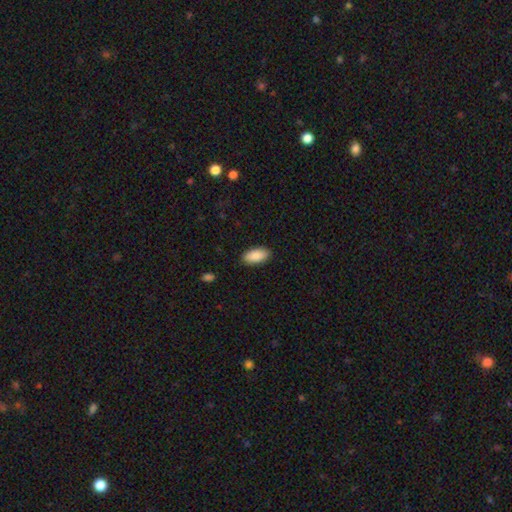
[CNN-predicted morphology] A smooth galaxy with no disk features (89%) that is in between round and cigar-shaped (91%).

Vote fractions:
- Smooth or featured? smooth: 89% / star or artifact: 6% / featured or disk: 5%
- How rounded? in between: 91% / cigar-shaped: 7% / round: 2%
- Merging? none: 89% / minor disturbance: 8% / major disturbance: 2% / merger: 1%